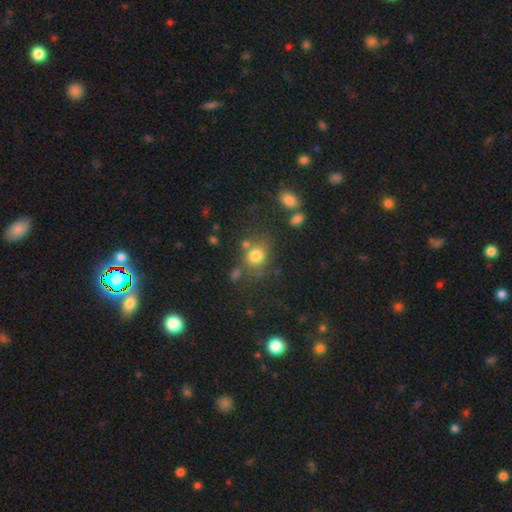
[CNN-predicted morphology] This is likely a smooth galaxy (78%). How rounded: likely round (70%). Merging: likely none (65%).